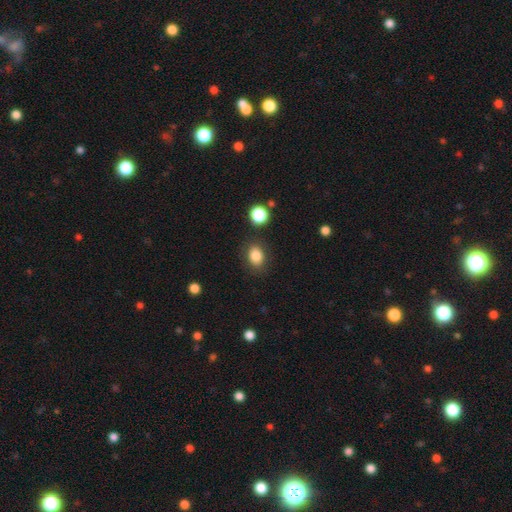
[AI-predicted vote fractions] Smooth or featured? smooth (84%)
How rounded? in between (61%)
Merging? none (82%)